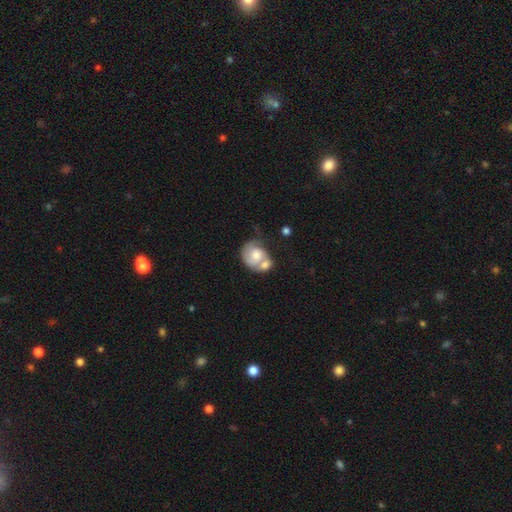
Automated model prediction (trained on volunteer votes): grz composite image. It shows a smooth galaxy with no disk features (49%). Merging: merger (59%).